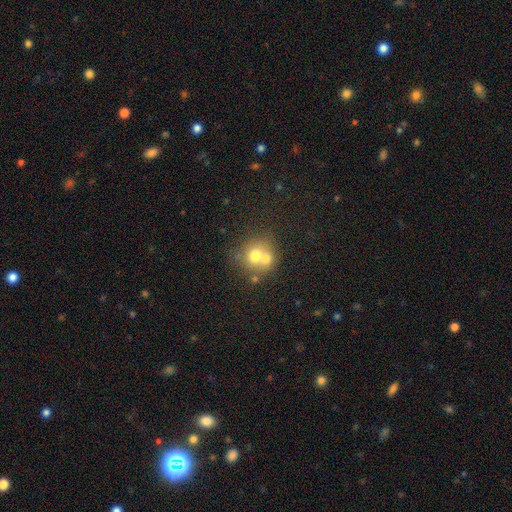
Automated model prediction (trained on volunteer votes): Smooth or featured? Predicted: smooth (p=0.66). How rounded? Predicted: round (p=0.80). Merging? Predicted: merger (p=0.53).